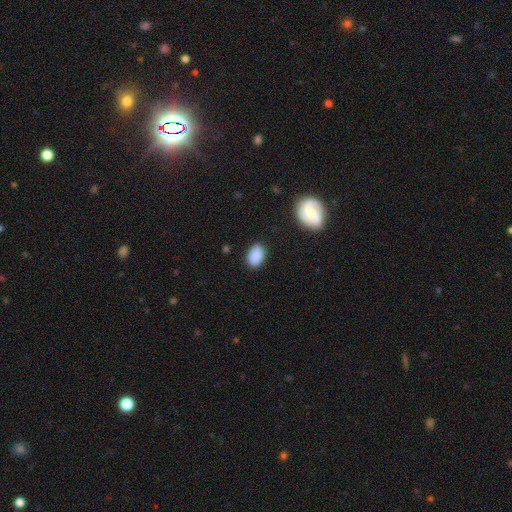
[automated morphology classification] A smooth galaxy with no disk features (87%) that is in between round and cigar-shaped (89%). Merging: none (83%).